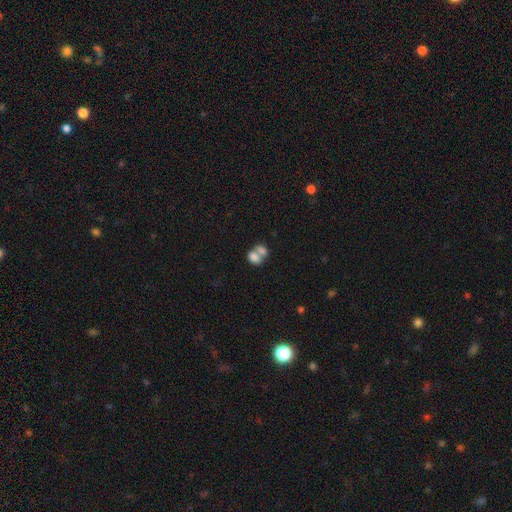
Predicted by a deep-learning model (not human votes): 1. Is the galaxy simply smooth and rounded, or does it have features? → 75% smooth, 16% featured or disk, 9% star or artifact.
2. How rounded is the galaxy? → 77% in between, 21% round, 2% cigar-shaped.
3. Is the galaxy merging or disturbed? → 70% merger, 19% none, 7% minor disturbance, 4% major disturbance.